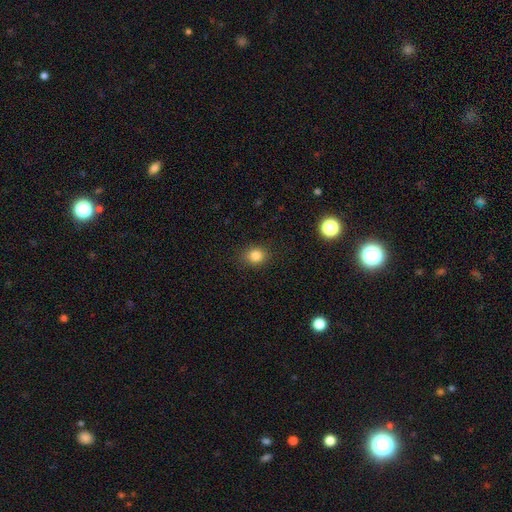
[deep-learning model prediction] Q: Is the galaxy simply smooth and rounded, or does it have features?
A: smooth — 83%.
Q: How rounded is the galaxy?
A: round — 75%.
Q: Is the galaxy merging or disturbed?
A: none — 87%.